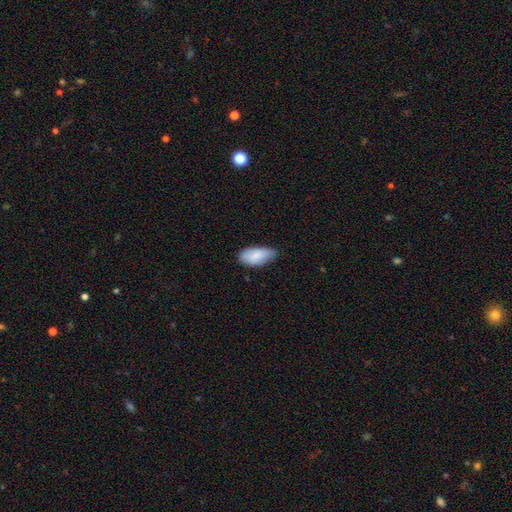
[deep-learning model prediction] This appears to be a smooth galaxy with no disk features (83%) that is in between round and cigar-shaped (92%). Merging: none (61%).